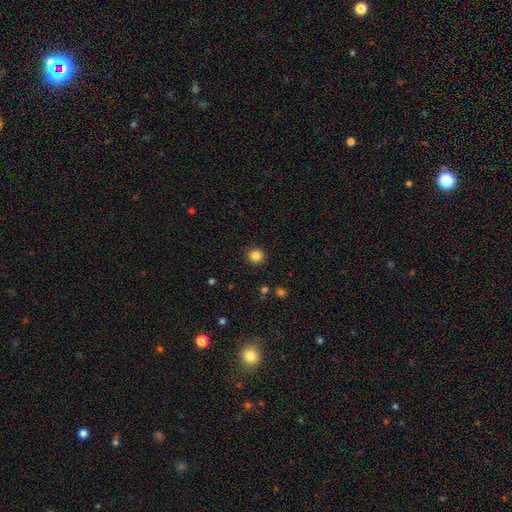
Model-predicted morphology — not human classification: smooth 84%, star or artifact 11%, featured or disk 4%. Down the decision tree: how rounded — round (93%); merging — none (92%).